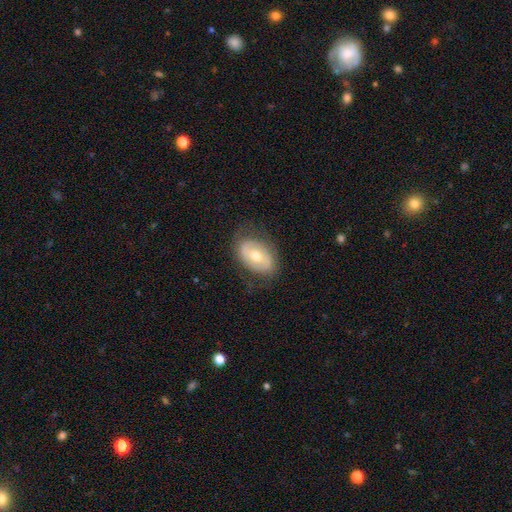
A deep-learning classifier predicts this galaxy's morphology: A featured or disk galaxy (49%). Merging: none (75%).